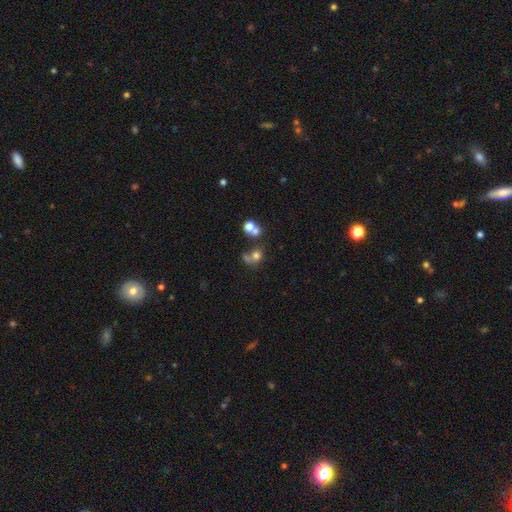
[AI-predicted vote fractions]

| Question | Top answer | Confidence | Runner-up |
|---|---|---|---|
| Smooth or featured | smooth | 67% | star or artifact (17%) |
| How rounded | round | 74% | in between (25%) |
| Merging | merger | 41% | none (38%) |